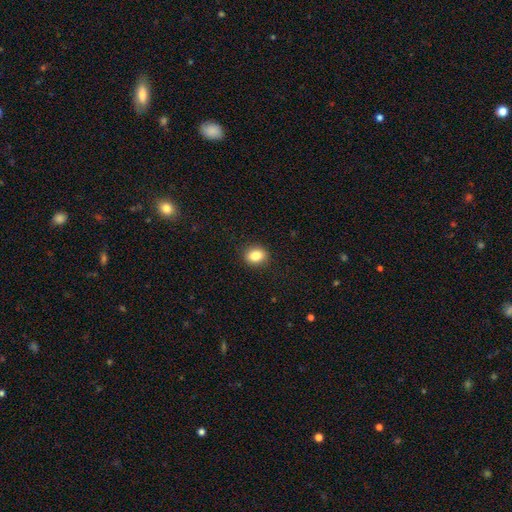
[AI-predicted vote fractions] smooth-or-featured: smooth: 85% | star or artifact: 10% | featured or disk: 6%
  how-rounded: round: 54% | in between: 45% | cigar-shaped: 1%
  merging: none: 90% | minor disturbance: 7% | major disturbance: 2% | merger: 1%